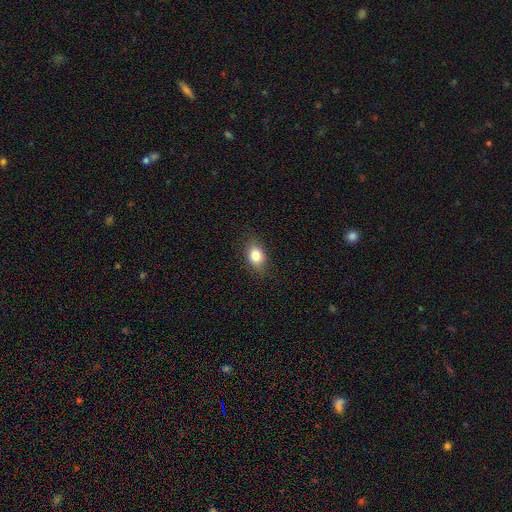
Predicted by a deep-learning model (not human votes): smooth_or_featured: smooth (p=0.83) [alt: star or artifact p=0.09]
how_rounded: in between (p=0.72) [alt: round p=0.26]
merging: none (p=0.82) [alt: minor disturbance p=0.14]